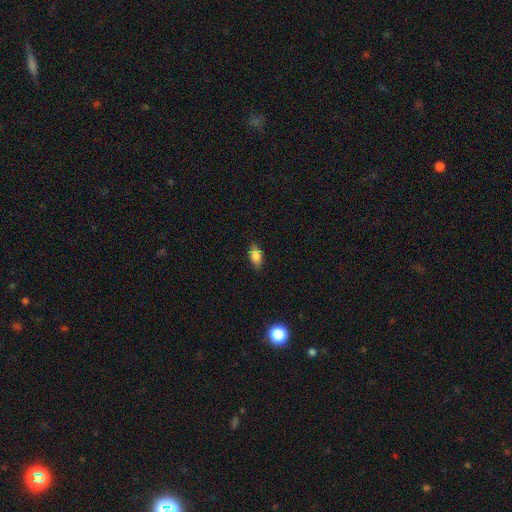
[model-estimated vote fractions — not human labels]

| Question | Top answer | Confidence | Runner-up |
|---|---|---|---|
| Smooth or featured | smooth | 78% | featured or disk (14%) |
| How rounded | in between | 84% | cigar-shaped (9%) |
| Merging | none | 81% | minor disturbance (15%) |